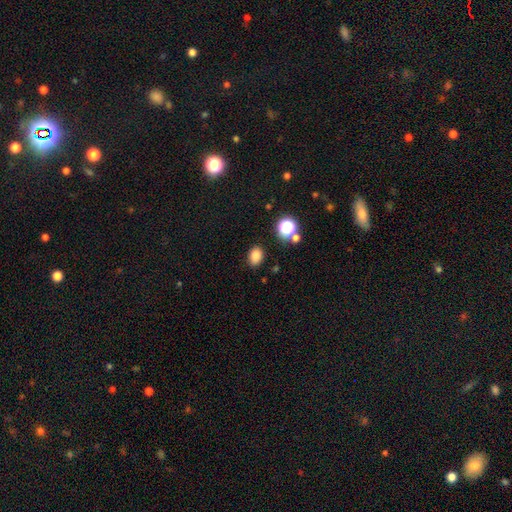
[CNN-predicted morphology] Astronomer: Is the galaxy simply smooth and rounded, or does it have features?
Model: smooth — 82%.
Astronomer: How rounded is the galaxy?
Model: in between — 68%.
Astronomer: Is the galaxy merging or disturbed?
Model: none — 84%.